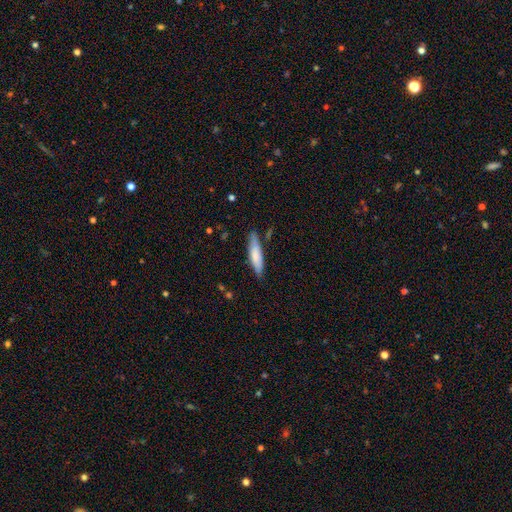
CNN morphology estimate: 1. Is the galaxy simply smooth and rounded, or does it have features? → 74% smooth, 20% featured or disk, 6% star or artifact.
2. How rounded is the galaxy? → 75% cigar-shaped, 23% in between, 1% round.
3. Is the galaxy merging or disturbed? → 80% none, 16% minor disturbance, 3% major disturbance, 2% merger.